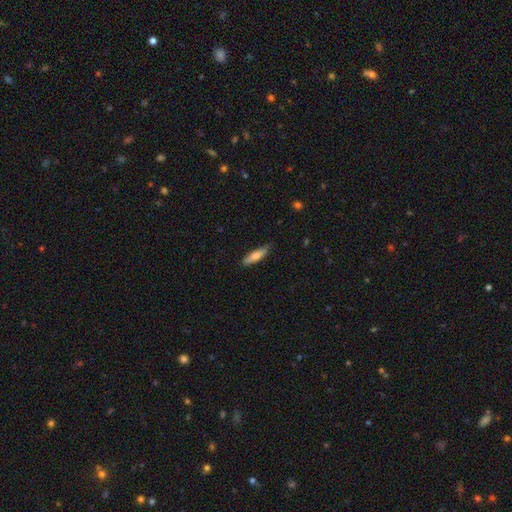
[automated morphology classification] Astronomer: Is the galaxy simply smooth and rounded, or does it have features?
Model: smooth — 71%.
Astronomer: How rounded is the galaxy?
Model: cigar-shaped — 68%.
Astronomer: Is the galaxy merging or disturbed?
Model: none — 82%.